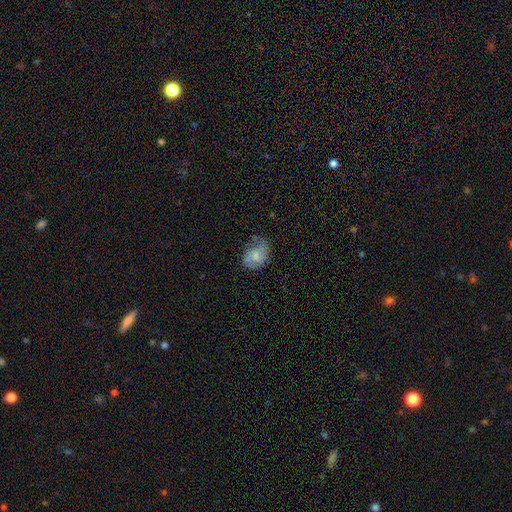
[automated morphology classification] Overall: smooth (54%; featured or disk 38%). How rounded: in between (69%; round 30%). Merging: none (56%; minor disturbance 30%).